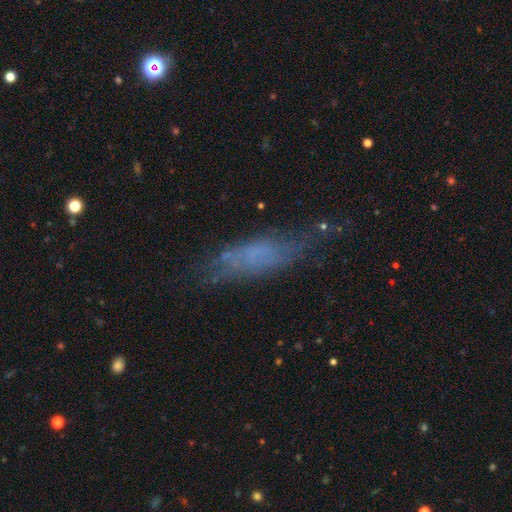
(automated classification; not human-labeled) The model was most divided on "smooth or featured": smooth: 50%, featured or disk: 37%, star or artifact: 13%. More confident: merging — none (59%).